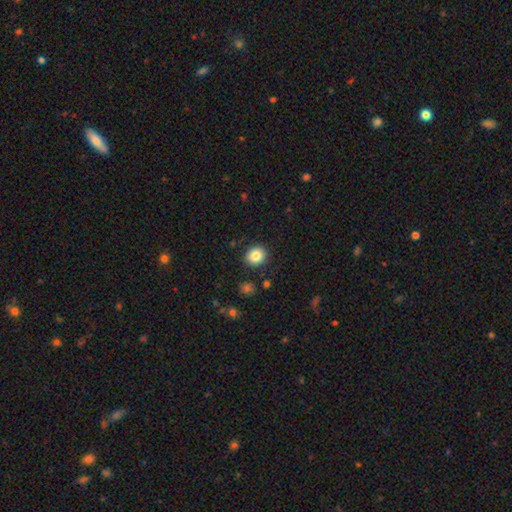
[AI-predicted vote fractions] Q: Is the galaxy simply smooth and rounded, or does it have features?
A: smooth — 85%.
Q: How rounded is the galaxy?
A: round — 74%.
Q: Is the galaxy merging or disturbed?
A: none — 89%.